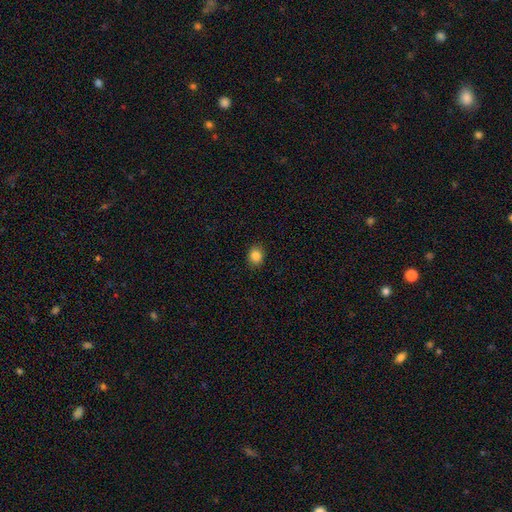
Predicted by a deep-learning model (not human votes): The model was most divided on "how rounded": round: 63%, in between: 36%, cigar-shaped: 1%. More confident: merging — none (89%); smooth or featured — smooth (85%).